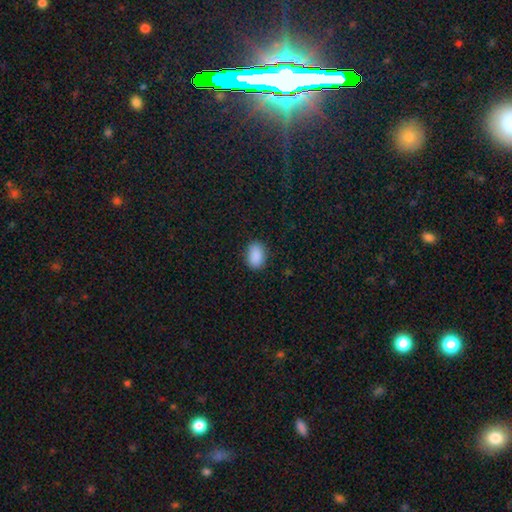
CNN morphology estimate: Q: Smooth or featured?
A: smooth (90%); runner-up: star or artifact (7%)
Q: How rounded?
A: in between (84%); runner-up: round (15%)
Q: Merging?
A: none (86%); runner-up: minor disturbance (10%)